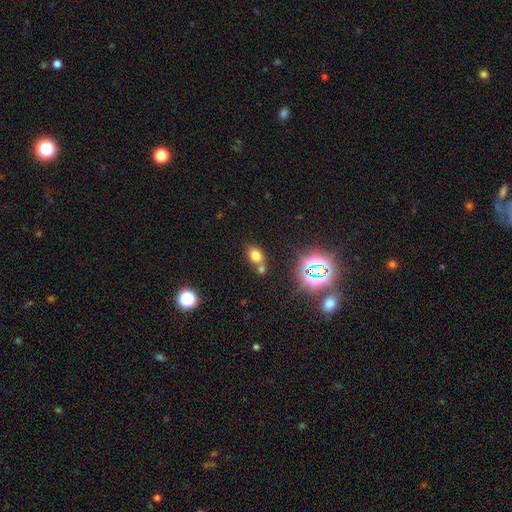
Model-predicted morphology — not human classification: A smooth galaxy with no disk features (71%) that is in between round and cigar-shaped (66%). Merging: none (54%).